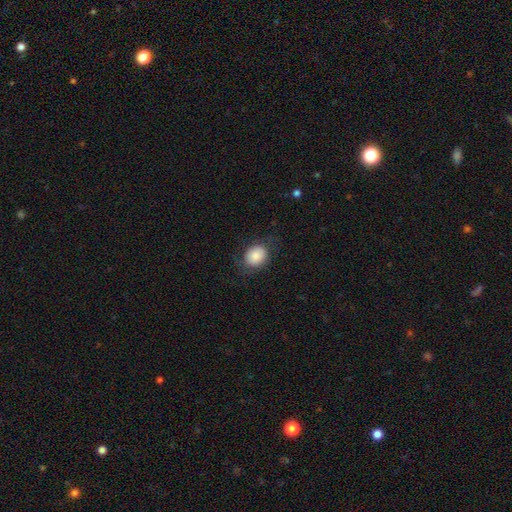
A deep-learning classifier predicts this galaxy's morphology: This appears to be a smooth galaxy with no disk features (84%) that is in between round and cigar-shaped (51%). Merging: none (73%).